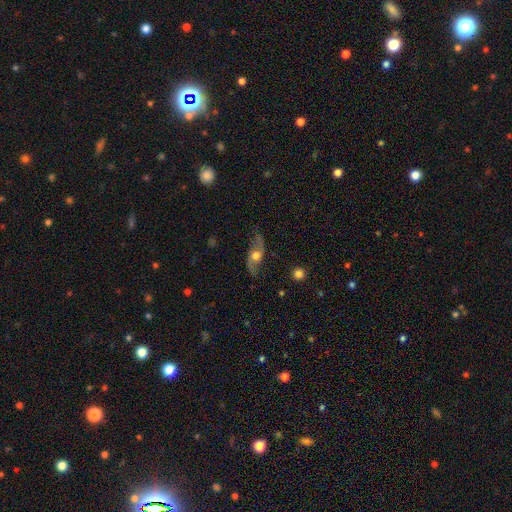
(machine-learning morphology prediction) A featured or disk galaxy (66%) with no bar (74%), spiral arms (82%) and a moderate central bulge (65%).

Vote fractions:
- Smooth or featured? featured or disk: 66% / smooth: 27% / star or artifact: 7%
- Edge-on disk? no: 76% / yes: 24%
- Bar? no: 74% / weak: 20% / strong: 5%
- Spiral arms? yes: 82% / no: 18%
- Bulge size? moderate: 65% / large: 25% / small: 7% / dominant: 2% / none: 1%
- Merging? none: 74% / minor disturbance: 18% / major disturbance: 7% / merger: 2%